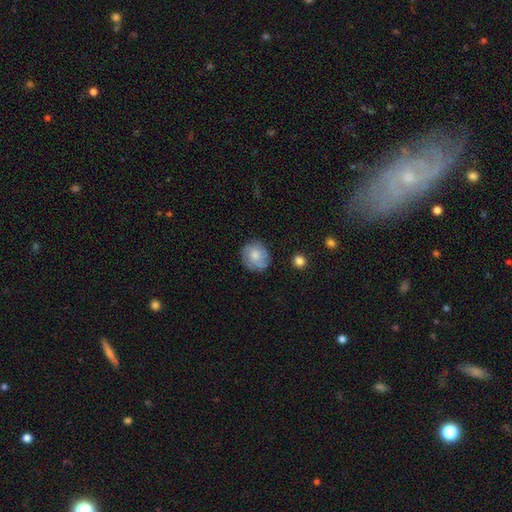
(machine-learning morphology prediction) Smooth or featured: smooth — 64% (featured or disk — 28%)
How rounded: round — 77% (in between — 22%)
Merging: none — 73% (minor disturbance — 19%)